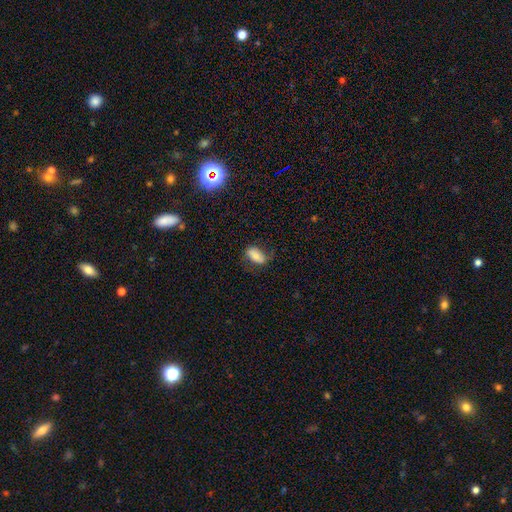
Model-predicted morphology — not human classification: This is likely a smooth galaxy (70%). How rounded: clearly in between (91%). Merging: likely none (64%).